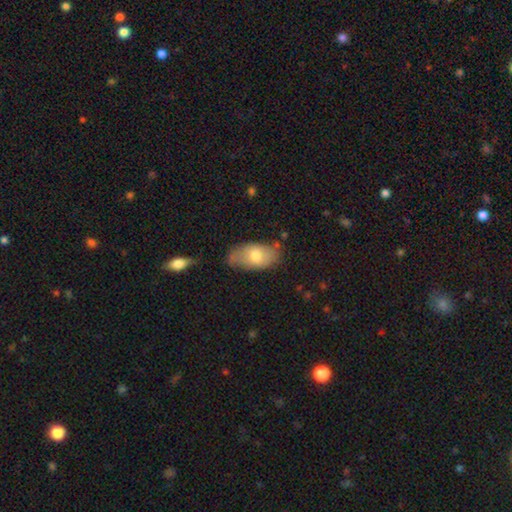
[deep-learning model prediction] The model was most divided on "merging": none: 64%, minor disturbance: 26%, major disturbance: 6%, merger: 4%. More confident: how rounded — in between (93%); smooth or featured — smooth (72%).